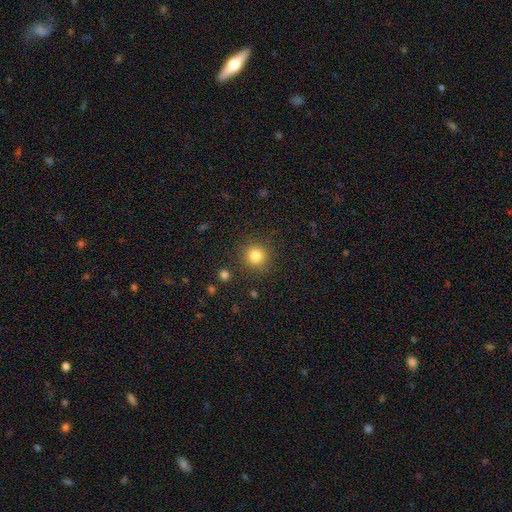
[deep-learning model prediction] smooth-or-featured: smooth: 82% | star or artifact: 12% | featured or disk: 6%
  how-rounded: round: 93% | in between: 6% | cigar-shaped: 1%
  merging: none: 88% | minor disturbance: 7% | major disturbance: 3% | merger: 2%